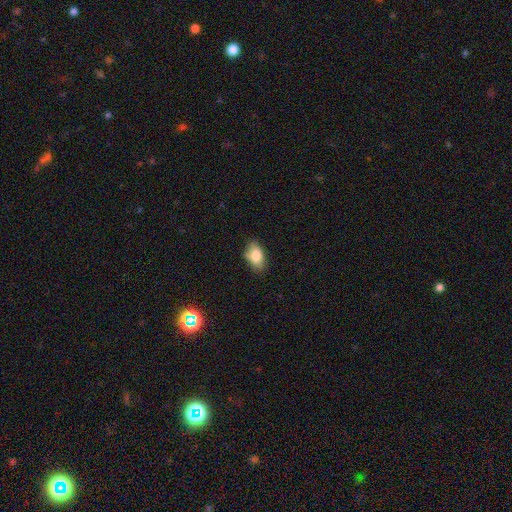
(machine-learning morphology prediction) This appears to be a smooth galaxy with no disk features (82%) that is in between round and cigar-shaped (90%). Merging: none (71%).